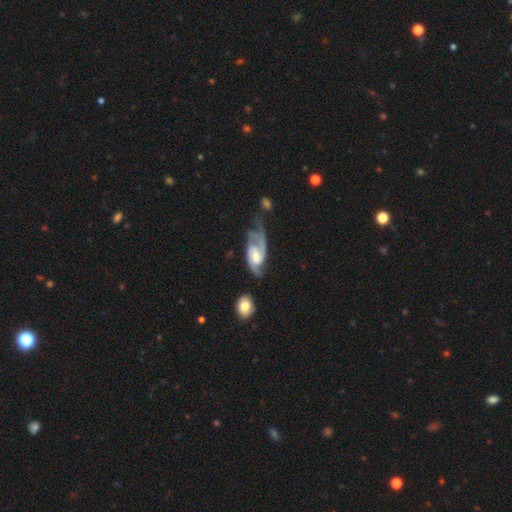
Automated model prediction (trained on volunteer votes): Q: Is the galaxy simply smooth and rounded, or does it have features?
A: featured or disk — 86%.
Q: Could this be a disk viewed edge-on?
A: no — 96%.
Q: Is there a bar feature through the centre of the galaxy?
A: weak — 44%.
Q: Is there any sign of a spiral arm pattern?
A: yes — 96%.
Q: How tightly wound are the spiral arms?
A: medium — 50%.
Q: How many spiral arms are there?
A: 2 — 85%.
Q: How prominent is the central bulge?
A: moderate — 47%.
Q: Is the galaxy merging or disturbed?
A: none — 43%.